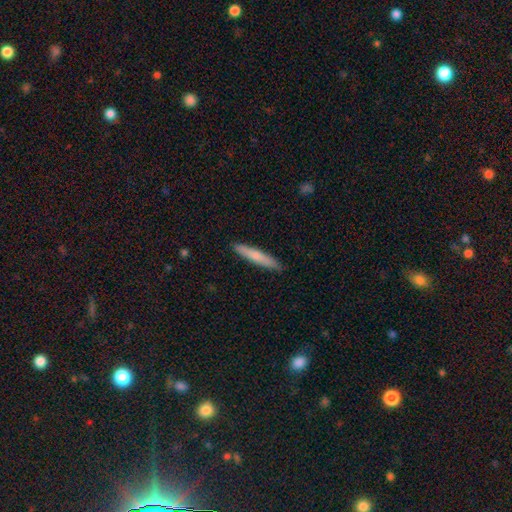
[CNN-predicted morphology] A smooth galaxy with no disk features (73%) that is cigar-shaped (94%).

Vote fractions:
- Smooth or featured? smooth: 73% / featured or disk: 21% / star or artifact: 5%
- How rounded? cigar-shaped: 94% / in between: 5% / round: 1%
- Merging? none: 90% / minor disturbance: 7% / major disturbance: 1% / merger: 1%